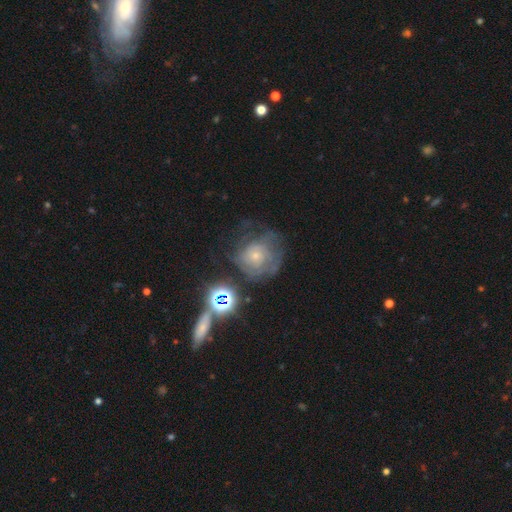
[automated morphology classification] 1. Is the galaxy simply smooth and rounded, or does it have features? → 63% featured or disk, 22% smooth, 15% star or artifact.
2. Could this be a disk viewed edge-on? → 97% no, 3% yes.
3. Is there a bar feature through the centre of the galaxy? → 83% no, 14% weak, 3% strong.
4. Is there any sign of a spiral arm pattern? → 77% yes, 23% no.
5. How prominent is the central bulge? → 69% small, 23% moderate, 4% none, 3% large, 1% dominant.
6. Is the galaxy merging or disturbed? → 49% none, 26% major disturbance, 21% minor disturbance, 4% merger.